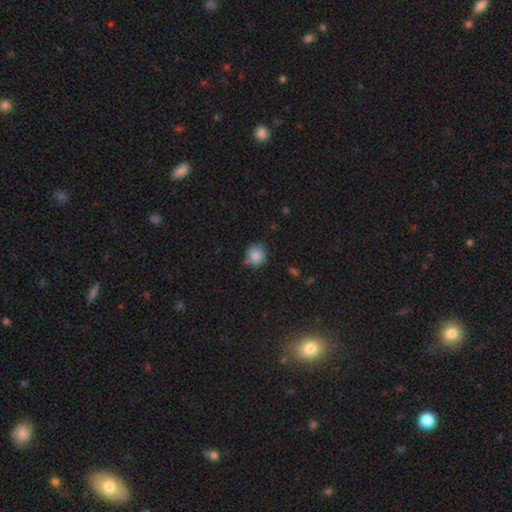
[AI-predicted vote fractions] smooth 86%, star or artifact 9%, featured or disk 5%. Down the decision tree: how rounded — round (84%); merging — none (75%).